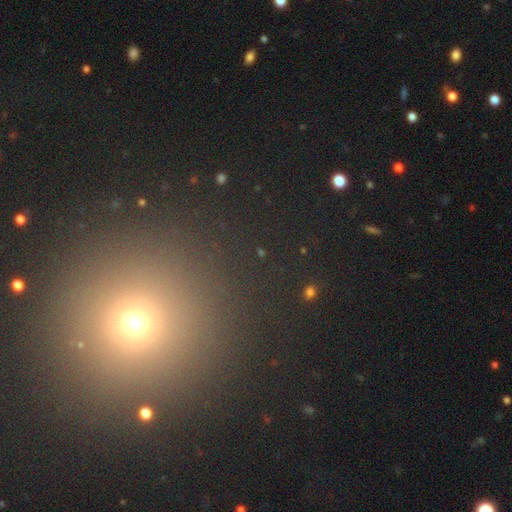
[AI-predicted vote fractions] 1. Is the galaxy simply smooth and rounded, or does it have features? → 49% smooth, 45% star or artifact, 7% featured or disk.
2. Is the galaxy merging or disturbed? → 91% none, 4% minor disturbance, 2% major disturbance, 2% merger.